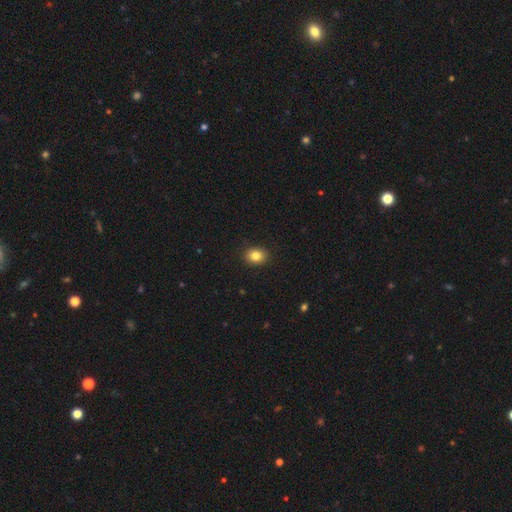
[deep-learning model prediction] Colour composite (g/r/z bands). It shows a smooth galaxy with no disk features (84%) that is round (50%). Merging: none (90%).